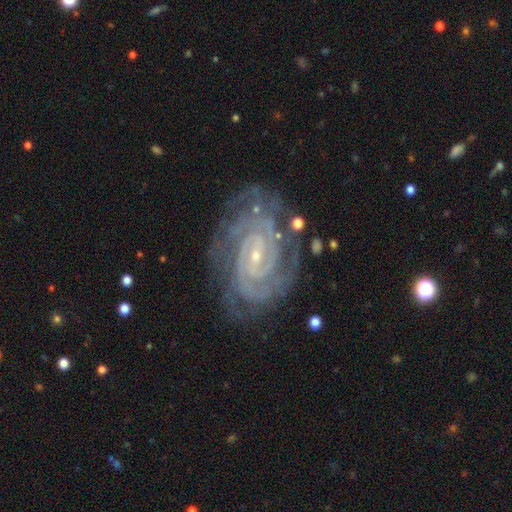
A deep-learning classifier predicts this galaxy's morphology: Smooth or featured: featured or disk — 91% (star or artifact — 6%)
Edge-on disk: no — 97% (yes — 3%)
Bar: no — 42% (weak — 38%)
Spiral arms: yes — 98% (no — 2%)
Spiral winding: tight — 81% (medium — 16%)
Spiral arm count: 2 — 31% (3 — 18%)
Bulge size: small — 84% (moderate — 12%)
Merging: none — 78% (minor disturbance — 15%)